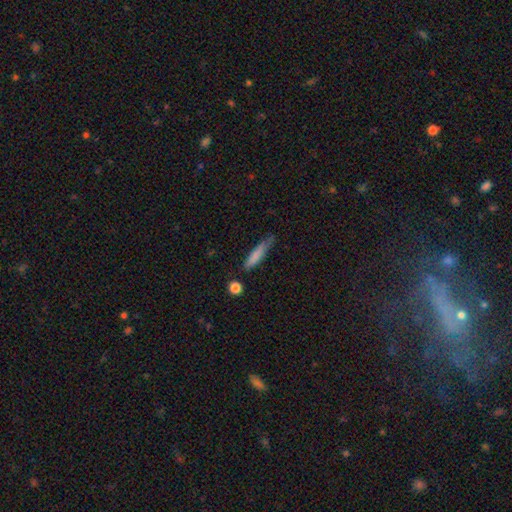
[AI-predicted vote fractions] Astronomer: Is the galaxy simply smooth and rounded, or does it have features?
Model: smooth — 79%.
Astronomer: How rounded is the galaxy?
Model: cigar-shaped — 86%.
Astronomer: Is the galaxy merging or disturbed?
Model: none — 59%.